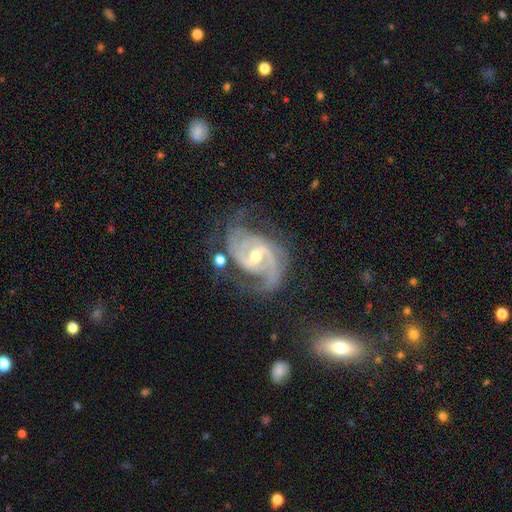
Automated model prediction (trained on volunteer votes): Q: Smooth or featured?
A: featured or disk (91%); runner-up: star or artifact (5%)
Q: Edge-on disk?
A: no (97%); runner-up: yes (3%)
Q: Bar?
A: weak (47%); runner-up: no (28%)
Q: Spiral arms?
A: yes (98%); runner-up: no (2%)
Q: Spiral winding?
A: medium (49%); runner-up: tight (38%)
Q: Spiral arm count?
A: 2 (67%); runner-up: 3 (16%)
Q: Bulge size?
A: moderate (57%); runner-up: small (39%)
Q: Merging?
A: none (61%); runner-up: minor disturbance (22%)